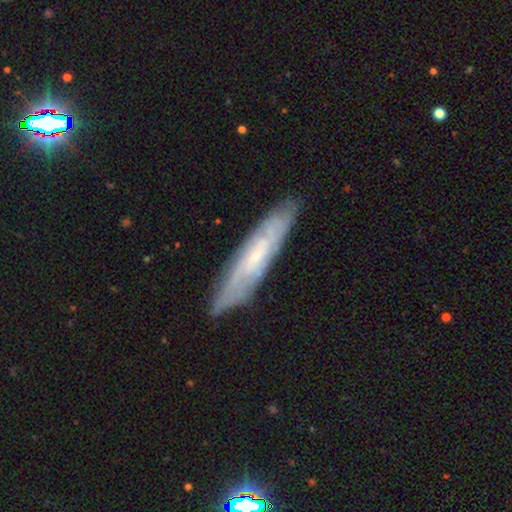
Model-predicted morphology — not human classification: type=featured or disk (64%); edge-on=no (55%); merging=none (82%).